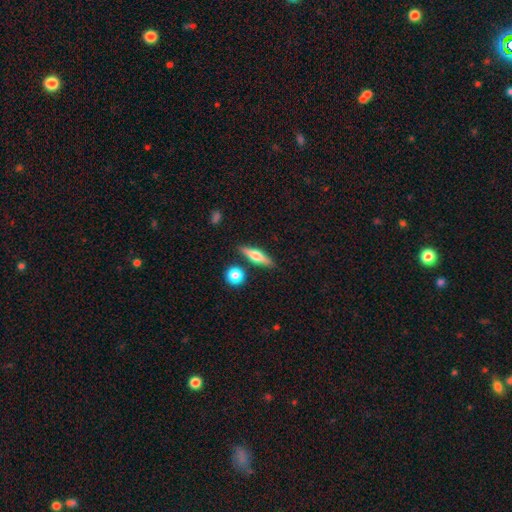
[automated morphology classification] smooth-or-featured: featured or disk: 47% | smooth: 46% | star or artifact: 7%
  merging: none: 82% | minor disturbance: 9% | merger: 6% | major disturbance: 2%